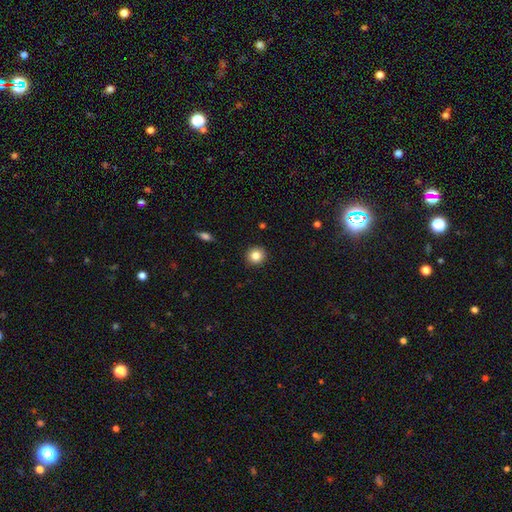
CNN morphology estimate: smooth 84%, star or artifact 10%, featured or disk 5%. Down the decision tree: how rounded — round (91%); merging — none (92%).